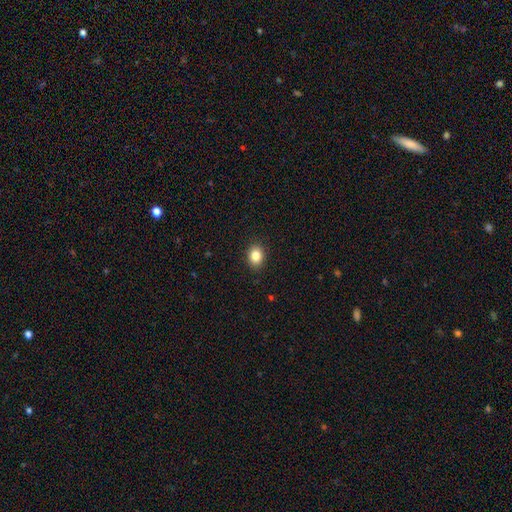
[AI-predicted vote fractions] A smooth galaxy with no disk features (84%) that is in between round and cigar-shaped (50%).

Vote fractions:
- Smooth or featured? smooth: 84% / star or artifact: 10% / featured or disk: 6%
- How rounded? in between: 50% / round: 49% / cigar-shaped: 1%
- Merging? none: 90% / minor disturbance: 7% / major disturbance: 2% / merger: 1%